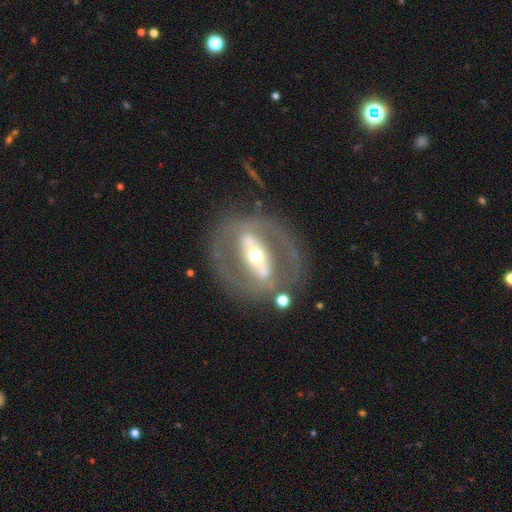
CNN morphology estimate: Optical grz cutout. It shows a featured or disk galaxy (79%) with a strong bar (67%), no spiral arms (59%) and a moderate central bulge (62%). Merging: none (73%).